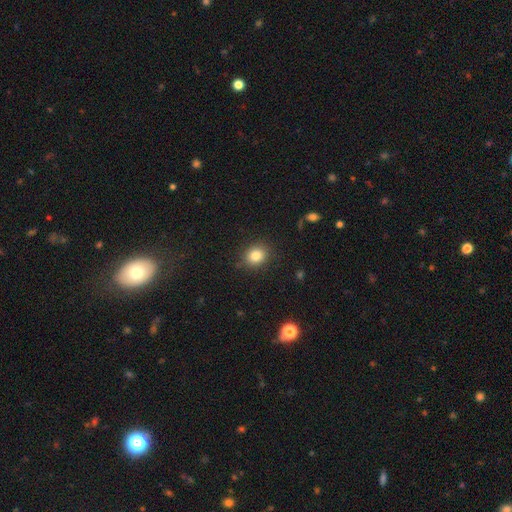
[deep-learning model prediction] A smooth galaxy with no disk features (83%) that is round (71%).

Vote fractions:
- Smooth or featured? smooth: 83% / star or artifact: 11% / featured or disk: 6%
- How rounded? round: 71% / in between: 29% / cigar-shaped: 1%
- Merging? none: 87% / minor disturbance: 9% / major disturbance: 3% / merger: 1%